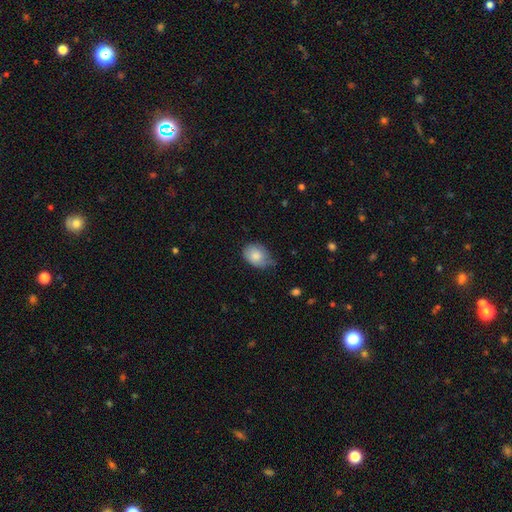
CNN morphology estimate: smooth-or-featured: smooth: 82% | featured or disk: 11% | star or artifact: 7%
  how-rounded: in between: 71% | round: 28% | cigar-shaped: 1%
  merging: none: 49% | minor disturbance: 41% | major disturbance: 8% | merger: 2%